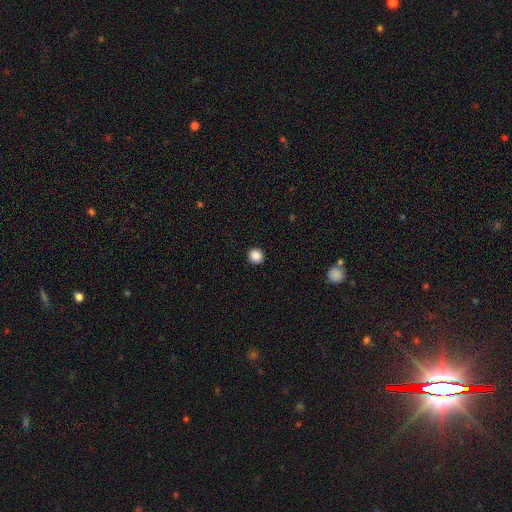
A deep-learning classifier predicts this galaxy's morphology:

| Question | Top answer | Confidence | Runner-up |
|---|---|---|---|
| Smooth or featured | smooth | 87% | star or artifact (10%) |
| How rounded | round | 95% | in between (4%) |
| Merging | none | 94% | minor disturbance (4%) |